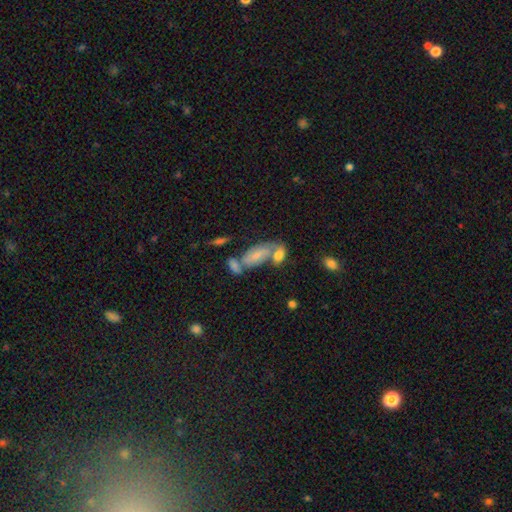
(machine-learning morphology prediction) Smooth or featured: featured or disk — 46% (smooth — 45%)
Merging: merger — 46% (none — 32%)